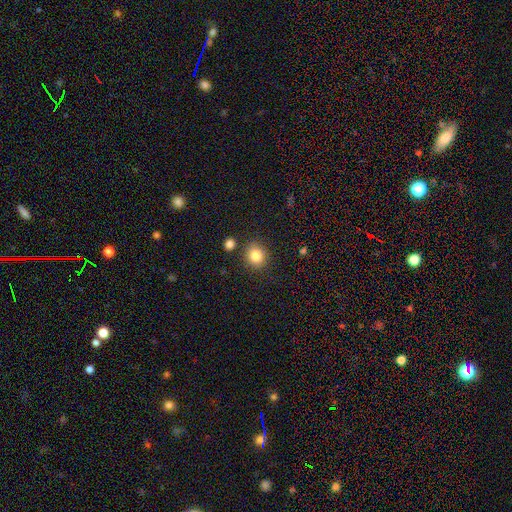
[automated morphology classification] A smooth galaxy with no disk features (83%) that is round (81%). Merging: none (83%).